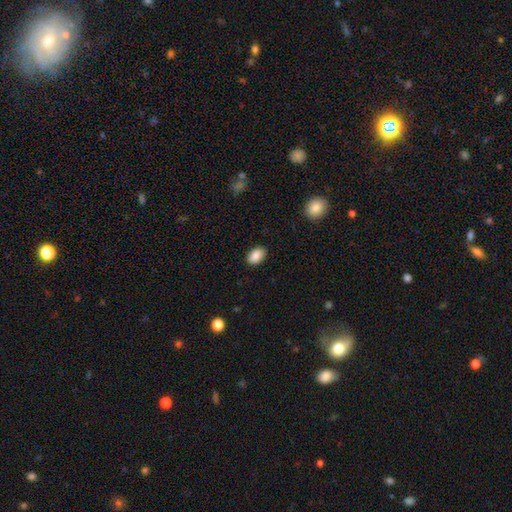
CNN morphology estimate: This appears to be a smooth galaxy with no disk features (89%) that is in between round and cigar-shaped (89%). Merging: none (88%).